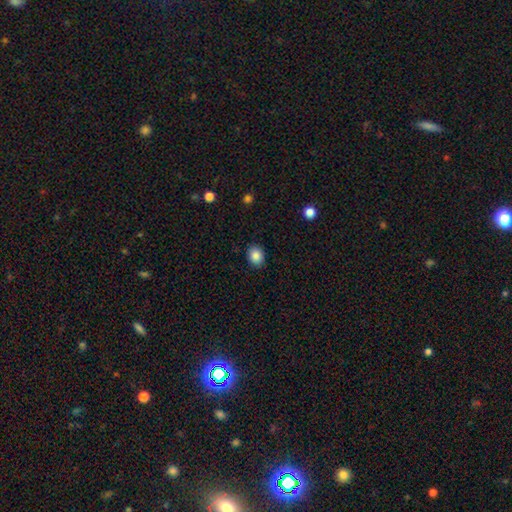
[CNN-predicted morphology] smooth 86%, star or artifact 9%, featured or disk 5%. Down the decision tree: how rounded — round (55%); merging — none (89%).